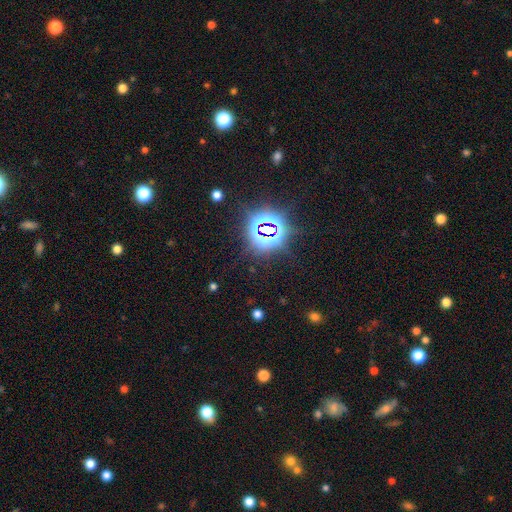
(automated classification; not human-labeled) Smooth or featured?
  - star or artifact: 83% *
  - smooth: 11%
  - featured or disk: 6%